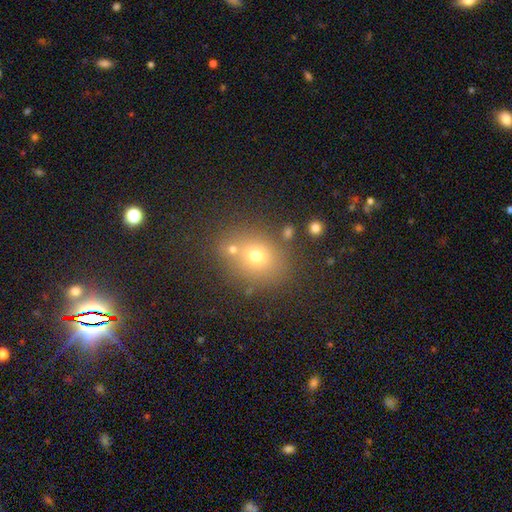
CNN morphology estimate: Smooth or featured: smooth — 66% (star or artifact — 21%)
How rounded: round — 61% (in between — 38%)
Merging: none — 71% (merger — 14%)